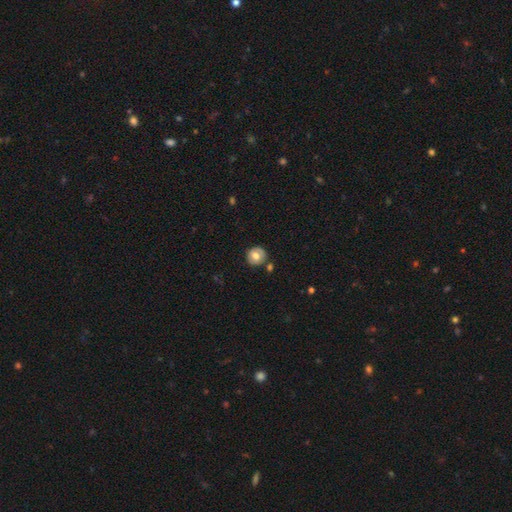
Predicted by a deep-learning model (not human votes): Q: Smooth or featured?
A: smooth (66%); runner-up: featured or disk (26%)
Q: How rounded?
A: round (91%); runner-up: in between (8%)
Q: Merging?
A: none (81%); runner-up: minor disturbance (12%)